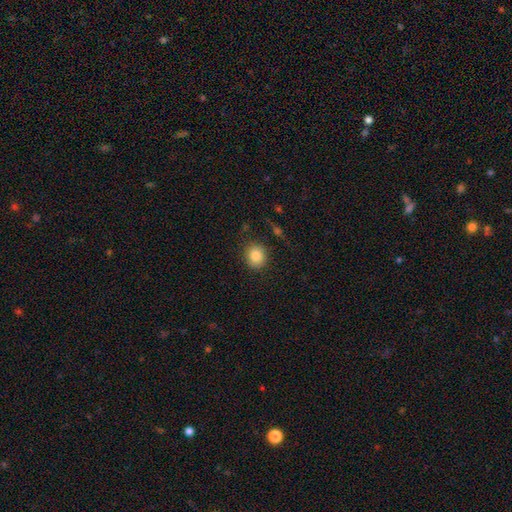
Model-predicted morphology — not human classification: smooth 84%, star or artifact 9%, featured or disk 7%. Down the decision tree: how rounded — round (80%); merging — none (86%).